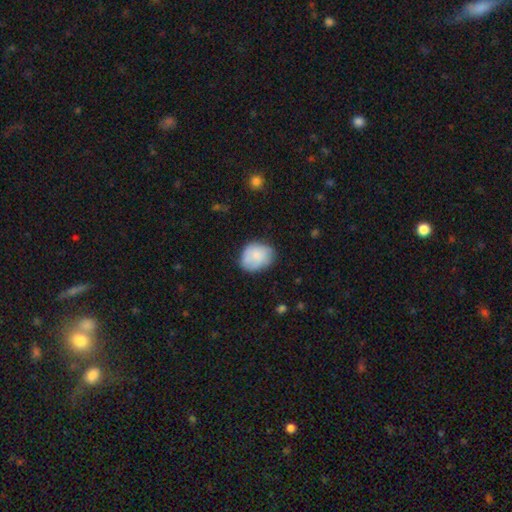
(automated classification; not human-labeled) This is likely a smooth galaxy (79%). How rounded: possibly round (57%). Merging: likely none (64%).